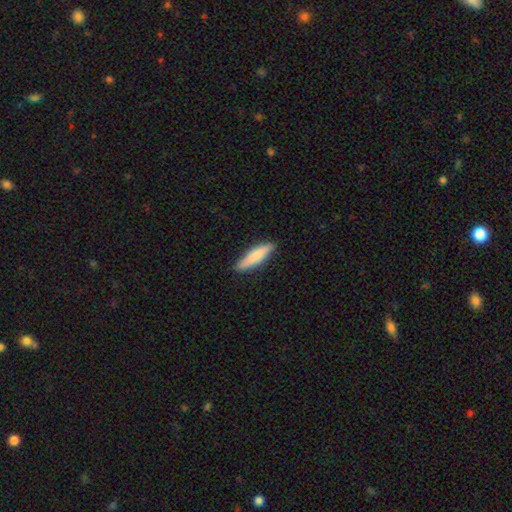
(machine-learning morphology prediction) This is likely a smooth galaxy (77%). How rounded: likely cigar-shaped (75%). Merging: clearly none (86%).